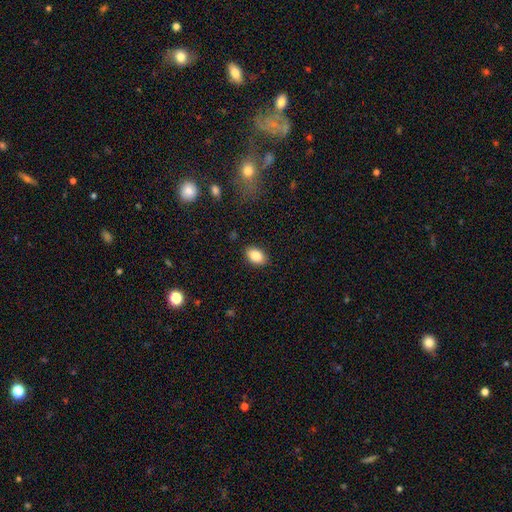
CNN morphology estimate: Smooth or featured?
  - smooth: 86% *
  - star or artifact: 8%
  - featured or disk: 6%
How rounded?
  - in between: 90% *
  - round: 9%
  - cigar-shaped: 1%
Merging?
  - none: 88% *
  - minor disturbance: 9%
  - major disturbance: 2%
  - merger: 1%